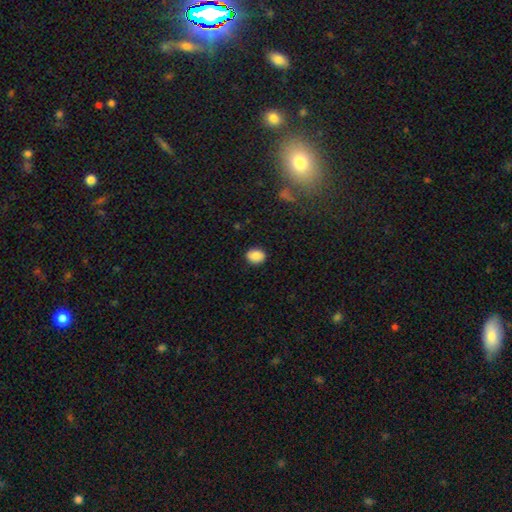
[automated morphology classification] smooth-or-featured: smooth: 87% | star or artifact: 8% | featured or disk: 5%
  how-rounded: round: 52% | in between: 47% | cigar-shaped: 1%
  merging: none: 87% | minor disturbance: 9% | major disturbance: 2% | merger: 1%